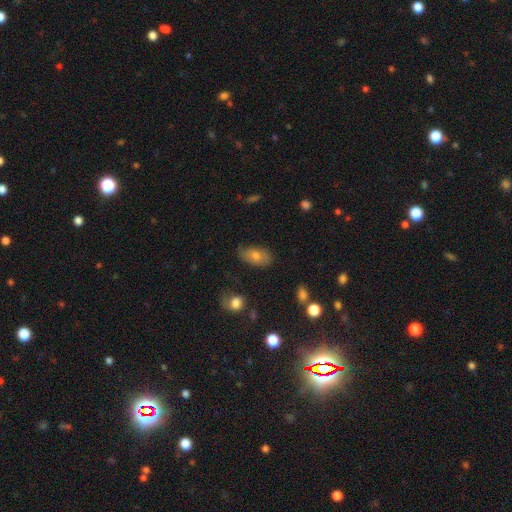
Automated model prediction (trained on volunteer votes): Morphology: type=smooth (64%); roundness=in between (89%); merging=none (72%).